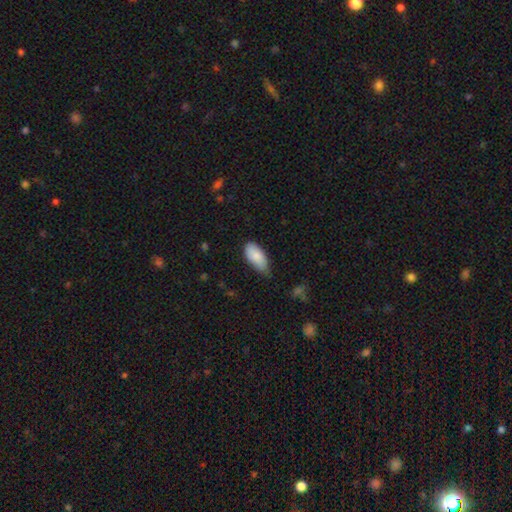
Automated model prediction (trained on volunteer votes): smooth 85%, featured or disk 9%, star or artifact 6%. Down the decision tree: how rounded — in between (93%); merging — none (49%).